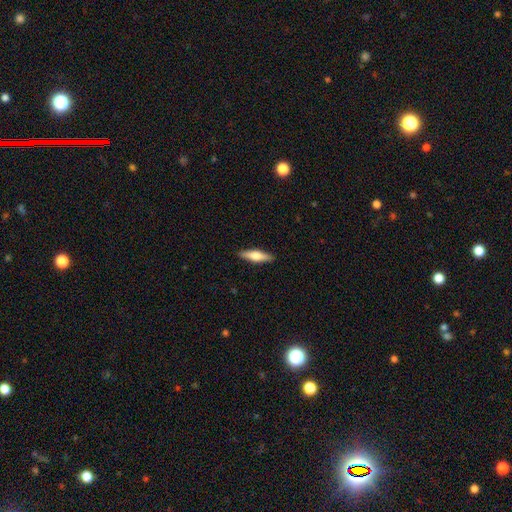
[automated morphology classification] Smooth or featured? Predicted: smooth (p=0.57). How rounded? Predicted: cigar-shaped (p=0.67). Merging? Predicted: none (p=0.90).